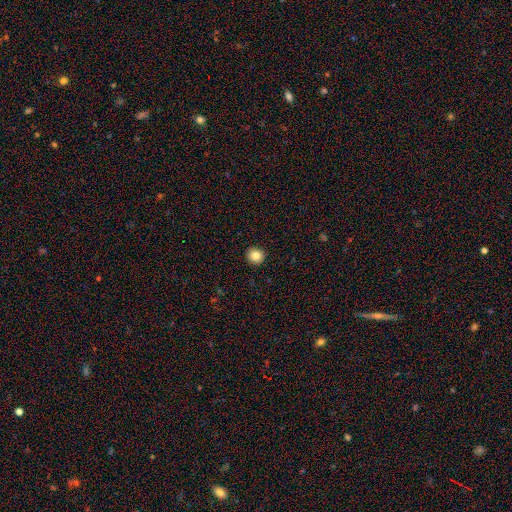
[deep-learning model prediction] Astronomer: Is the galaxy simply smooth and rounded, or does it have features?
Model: smooth — 84%.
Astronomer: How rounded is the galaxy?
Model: round — 90%.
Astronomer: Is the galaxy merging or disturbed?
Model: none — 92%.